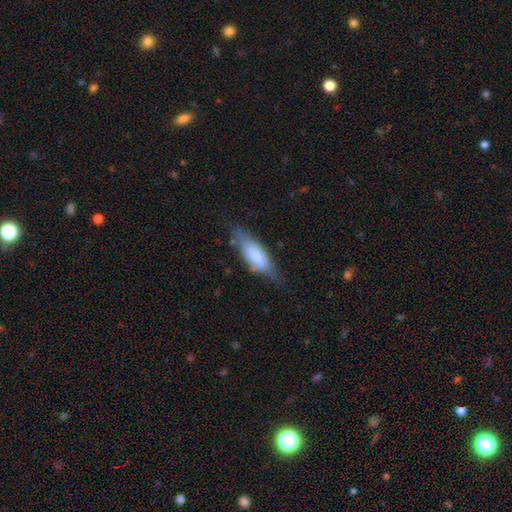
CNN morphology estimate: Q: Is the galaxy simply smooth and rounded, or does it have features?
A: smooth — 72%.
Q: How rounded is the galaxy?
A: in between — 65%.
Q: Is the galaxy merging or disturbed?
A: none — 62%.